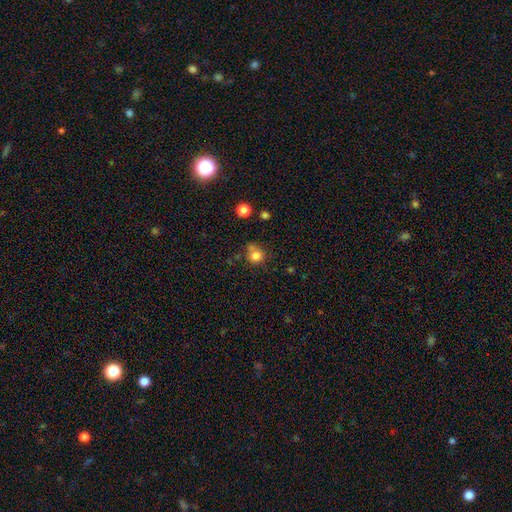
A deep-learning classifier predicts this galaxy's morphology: The model was most divided on "merging": none: 57%, merger: 20%, minor disturbance: 17%, major disturbance: 6%. More confident: how rounded — round (85%); smooth or featured — smooth (80%).